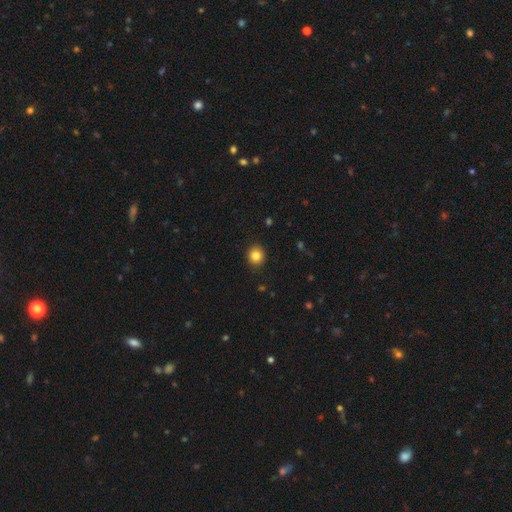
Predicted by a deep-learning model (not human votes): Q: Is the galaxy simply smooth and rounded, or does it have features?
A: smooth — 84%.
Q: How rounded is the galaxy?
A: round — 83%.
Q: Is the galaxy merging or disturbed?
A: none — 90%.